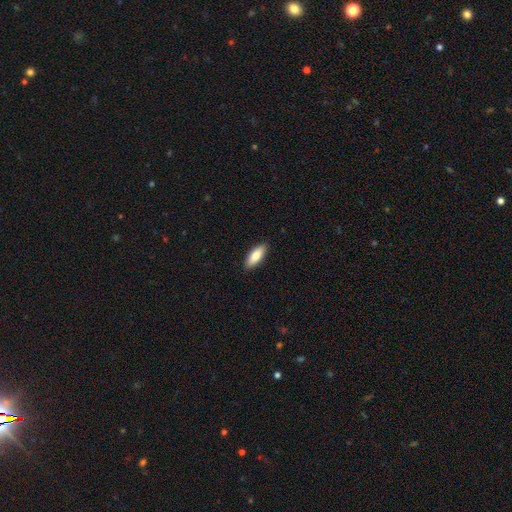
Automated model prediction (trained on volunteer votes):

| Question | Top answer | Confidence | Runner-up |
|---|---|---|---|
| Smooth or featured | smooth | 80% | featured or disk (14%) |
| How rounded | in between | 71% | cigar-shaped (27%) |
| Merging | none | 90% | minor disturbance (8%) |